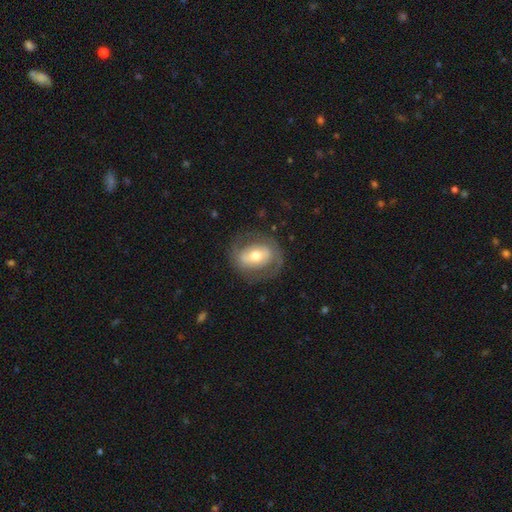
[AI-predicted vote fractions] A featured or disk galaxy (58%) with no bar (35%), no spiral arms (52%) and a moderate central bulge (68%).

Vote fractions:
- Smooth or featured? featured or disk: 58% / smooth: 36% / star or artifact: 6%
- Edge-on disk? no: 94% / yes: 6%
- Bar? no: 35% / weak: 32% / strong: 32%
- Spiral arms? no: 52% / yes: 48%
- Bulge size? moderate: 68% / small: 17% / large: 13% / dominant: 2% / none: 1%
- Merging? none: 73% / minor disturbance: 15% / major disturbance: 11% / merger: 1%